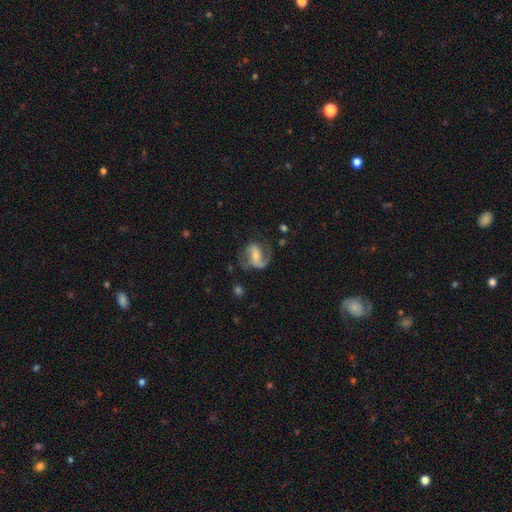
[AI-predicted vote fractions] Smooth or featured? Predicted: featured or disk (p=0.81). Edge-on disk? Predicted: no (p=0.97). Bar? Predicted: weak (p=0.40). Spiral arms? Predicted: yes (p=0.94). Spiral winding? Predicted: medium (p=0.49). Spiral arm count? Predicted: 2 (p=0.75). Bulge size? Predicted: small (p=0.51). Merging? Predicted: none (p=0.61).